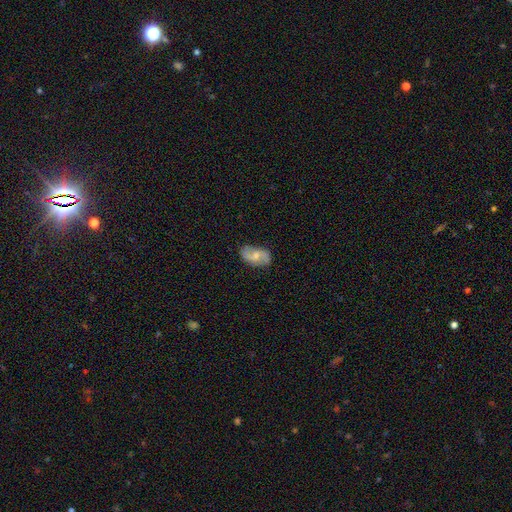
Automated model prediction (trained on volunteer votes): This appears to be a featured or disk galaxy (59%) with a weak bar (47%), spiral arms (86%) and a moderate central bulge (47%). Merging: none (75%).